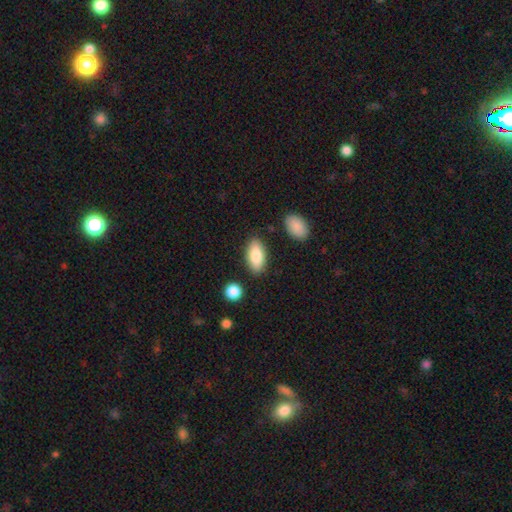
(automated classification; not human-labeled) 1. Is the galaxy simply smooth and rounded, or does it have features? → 82% smooth, 11% featured or disk, 6% star or artifact.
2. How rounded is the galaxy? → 90% in between, 8% cigar-shaped, 3% round.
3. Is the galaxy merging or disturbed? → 83% none, 10% minor disturbance, 4% merger, 3% major disturbance.